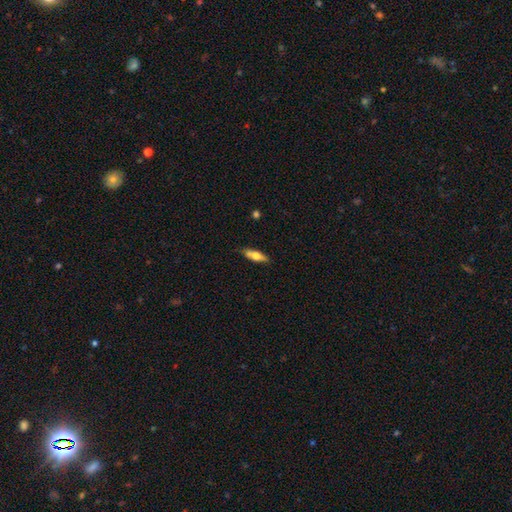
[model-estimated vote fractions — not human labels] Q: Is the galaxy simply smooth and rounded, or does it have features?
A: smooth — 54%.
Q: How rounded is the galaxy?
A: cigar-shaped — 53%.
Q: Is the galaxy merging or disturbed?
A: none — 76%.